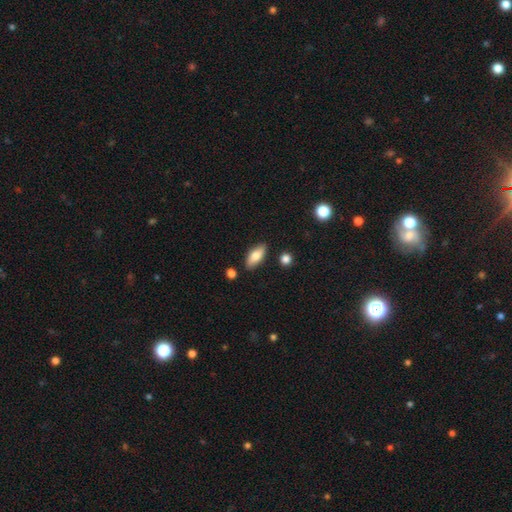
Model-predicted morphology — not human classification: A smooth galaxy with no disk features (75%) that is in between round and cigar-shaped (79%).

Vote fractions:
- Smooth or featured? smooth: 75% / featured or disk: 18% / star or artifact: 7%
- How rounded? in between: 79% / cigar-shaped: 18% / round: 3%
- Merging? none: 84% / minor disturbance: 11% / merger: 3% / major disturbance: 2%